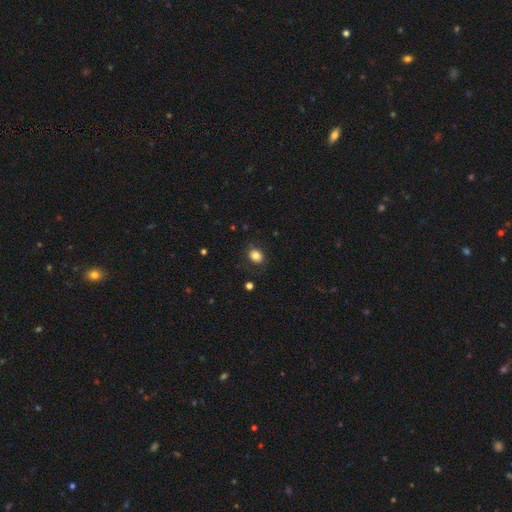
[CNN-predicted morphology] A smooth galaxy with no disk features (82%) that is round (50%). Merging: none (80%).